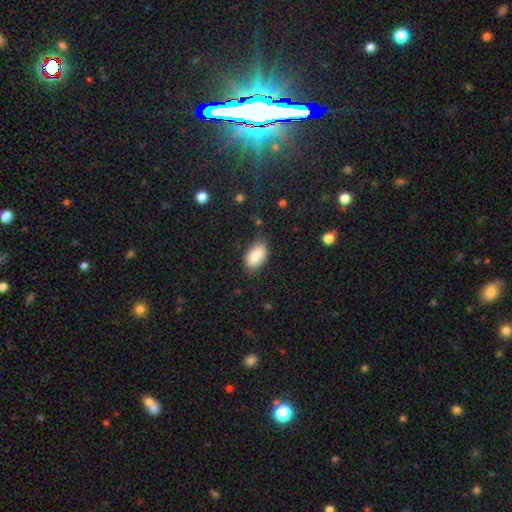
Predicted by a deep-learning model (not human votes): Q: Smooth or featured?
A: smooth (85%); runner-up: featured or disk (8%)
Q: How rounded?
A: in between (93%); runner-up: round (4%)
Q: Merging?
A: none (74%); runner-up: minor disturbance (20%)